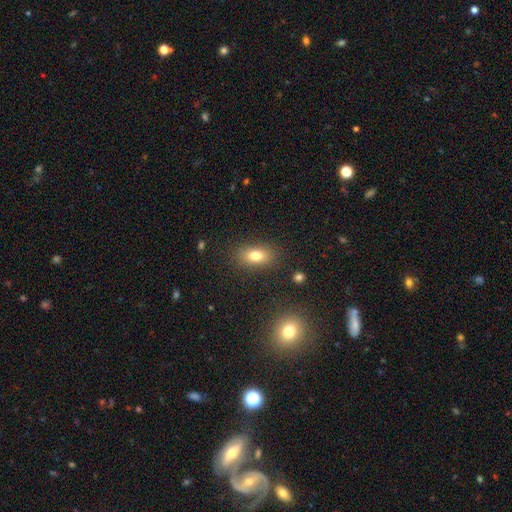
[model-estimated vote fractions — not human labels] A smooth galaxy with no disk features (78%) that is in between round and cigar-shaped (84%).

Vote fractions:
- Smooth or featured? smooth: 78% / featured or disk: 11% / star or artifact: 11%
- How rounded? in between: 84% / round: 11% / cigar-shaped: 5%
- Merging? none: 85% / minor disturbance: 10% / major disturbance: 3% / merger: 2%